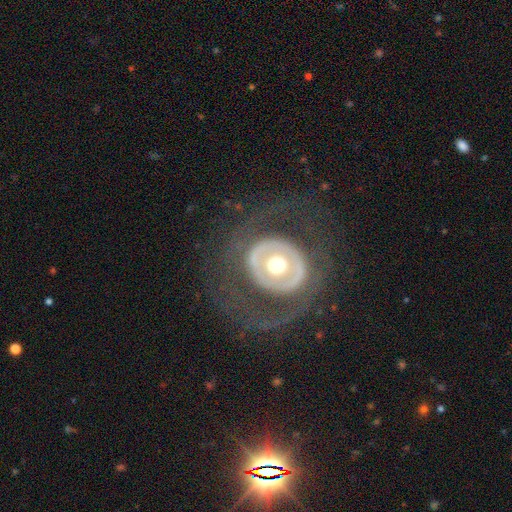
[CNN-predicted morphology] Overall: featured or disk (66%; smooth 28%). Edge-on disk: no (94%). Bar: no (80%). Spiral arms: no (75%). Bulge size: moderate (66%). Merging: none (66%).